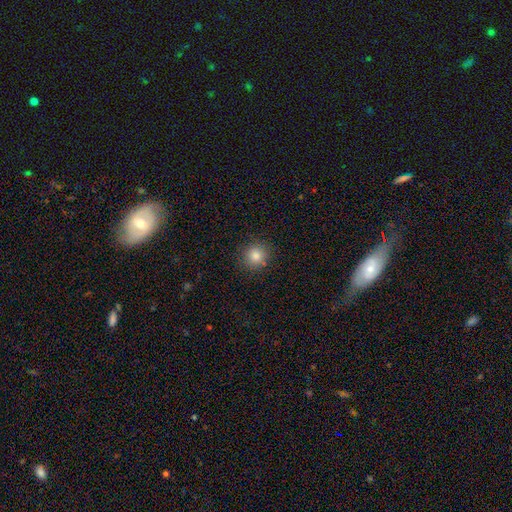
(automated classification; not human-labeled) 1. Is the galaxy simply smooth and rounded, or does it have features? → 83% smooth, 12% star or artifact, 6% featured or disk.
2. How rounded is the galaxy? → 91% round, 8% in between, 1% cigar-shaped.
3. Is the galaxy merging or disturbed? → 88% none, 8% minor disturbance, 2% major disturbance, 2% merger.